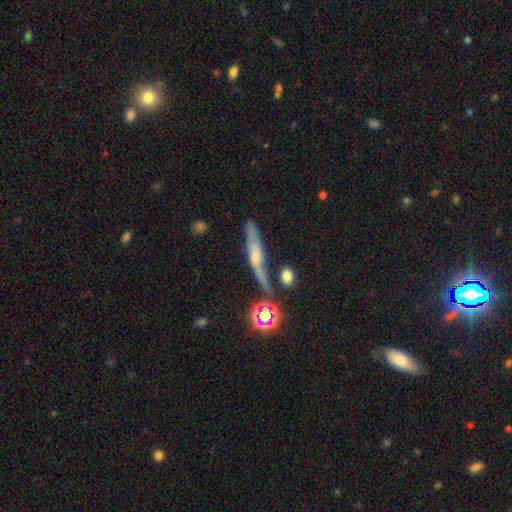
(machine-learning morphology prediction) This appears to be a featured or disk galaxy (58%) viewed edge-on (83%). Merging: none (65%).